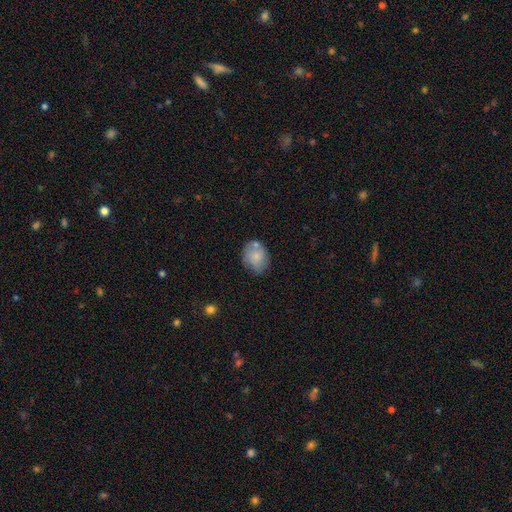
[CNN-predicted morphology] This appears to be a smooth galaxy with no disk features (76%) that is in between round and cigar-shaped (57%). Merging: none (57%).